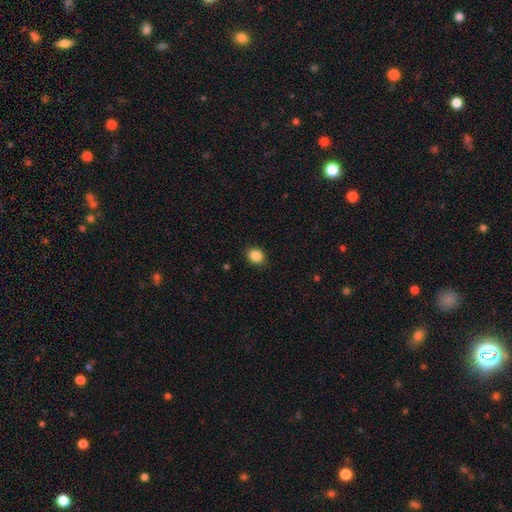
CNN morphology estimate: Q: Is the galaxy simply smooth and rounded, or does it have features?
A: smooth — 87%.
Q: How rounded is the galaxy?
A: round — 55%.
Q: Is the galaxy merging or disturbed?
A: none — 88%.